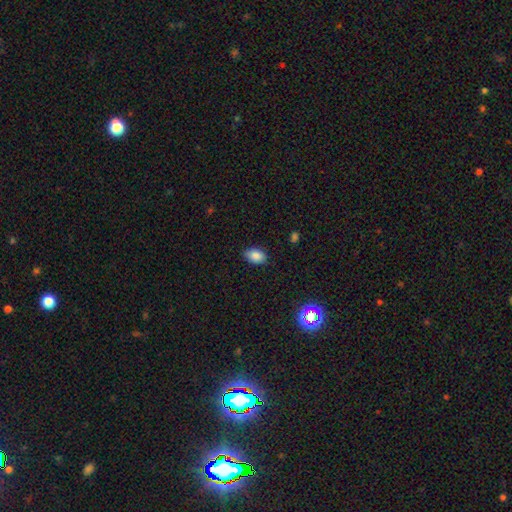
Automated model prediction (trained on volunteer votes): Morphology: type=smooth (85%); roundness=in between (86%); merging=none (82%).